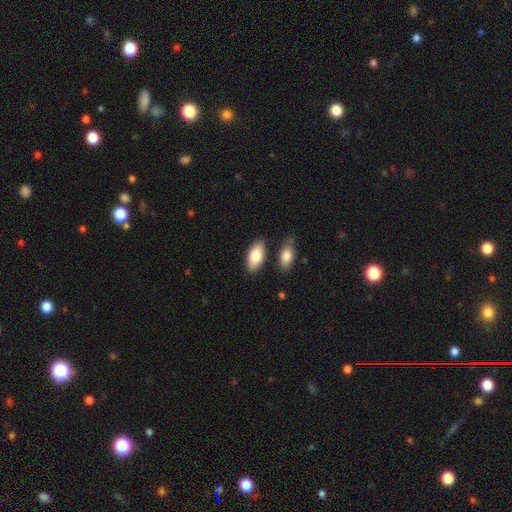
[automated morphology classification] smooth-or-featured: smooth: 80% | featured or disk: 14% | star or artifact: 6%
  how-rounded: in between: 92% | cigar-shaped: 5% | round: 3%
  merging: none: 81% | minor disturbance: 10% | merger: 6% | major disturbance: 2%